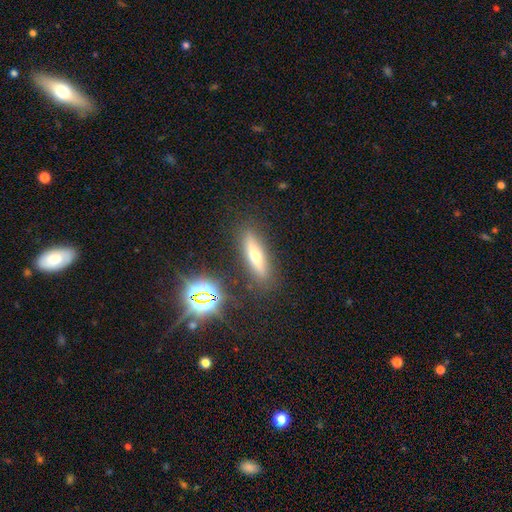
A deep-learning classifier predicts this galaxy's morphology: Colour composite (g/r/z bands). It shows a smooth galaxy with no disk features (44%). Merging: none (86%).